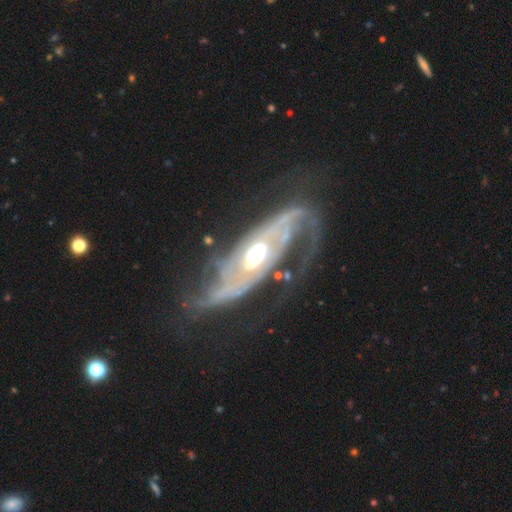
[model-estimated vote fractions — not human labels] Overall: featured or disk (90%). Edge-on disk: no (92%). Bar: no (49%; weak 32%). Spiral arms: yes (95%). Spiral arm count: 2 (57%). Spiral winding: medium (43%; tight 35%). Bulge size: moderate (66%). Merging: none (53%; major disturbance 24%).